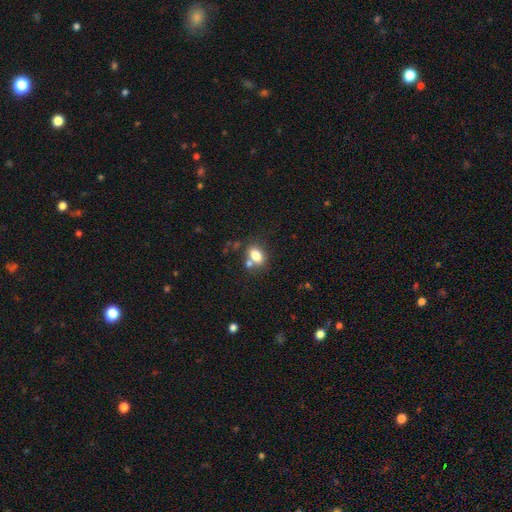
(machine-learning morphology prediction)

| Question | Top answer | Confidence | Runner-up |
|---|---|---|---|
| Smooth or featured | smooth | 80% | featured or disk (10%) |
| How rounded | in between | 76% | round (22%) |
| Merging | none | 59% | merger (24%) |